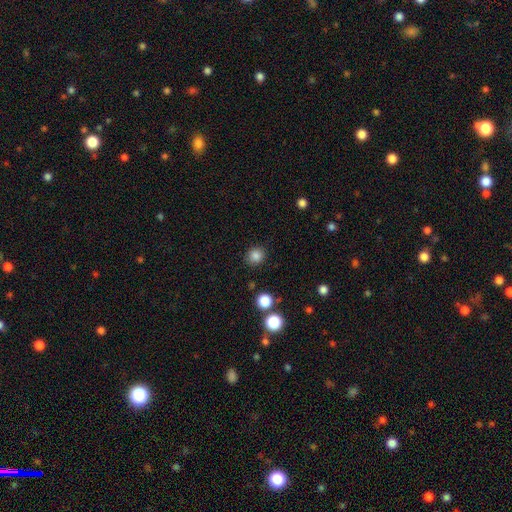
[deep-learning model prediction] This is clearly a smooth galaxy (85%). How rounded: clearly round (86%). Merging: clearly none (88%).